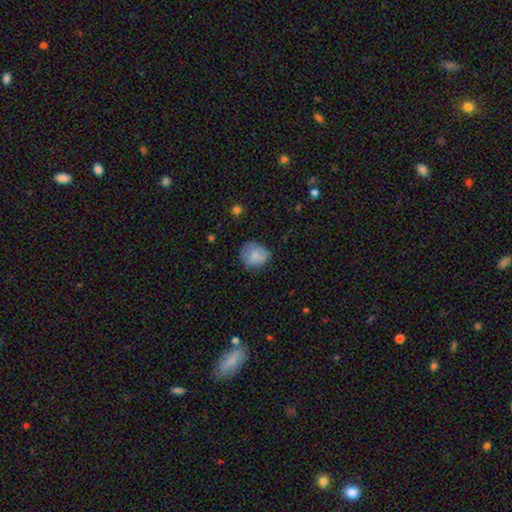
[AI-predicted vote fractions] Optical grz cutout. It shows a smooth galaxy with no disk features (78%) that is round (78%). Merging: none (68%).